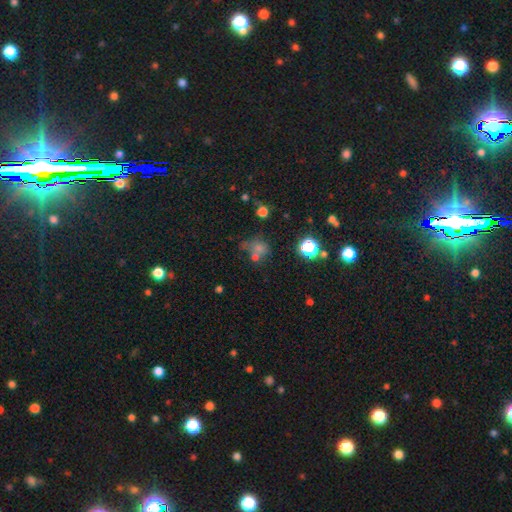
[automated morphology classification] A smooth galaxy with no disk features (50%). Merging: none (46%).